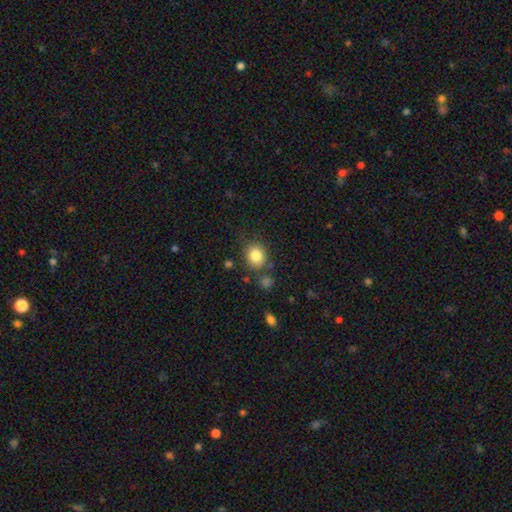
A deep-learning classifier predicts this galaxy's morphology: This appears to be a smooth galaxy with no disk features (83%) that is round (72%). Merging: none (78%).